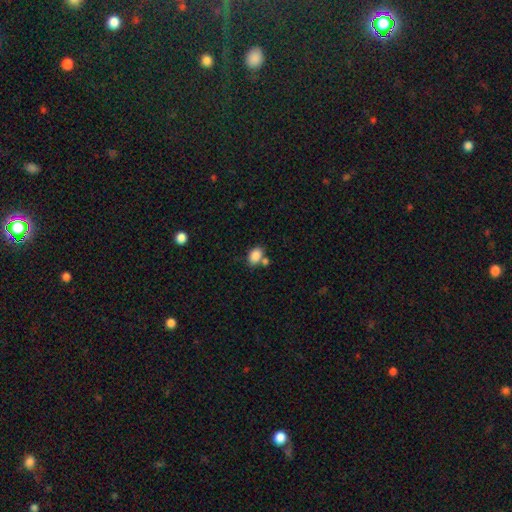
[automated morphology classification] A smooth galaxy with no disk features (85%) that is in between round and cigar-shaped (83%).

Vote fractions:
- Smooth or featured? smooth: 85% / star or artifact: 9% / featured or disk: 6%
- How rounded? in between: 83% / round: 16% / cigar-shaped: 1%
- Merging? none: 57% / merger: 26% / minor disturbance: 13% / major disturbance: 4%